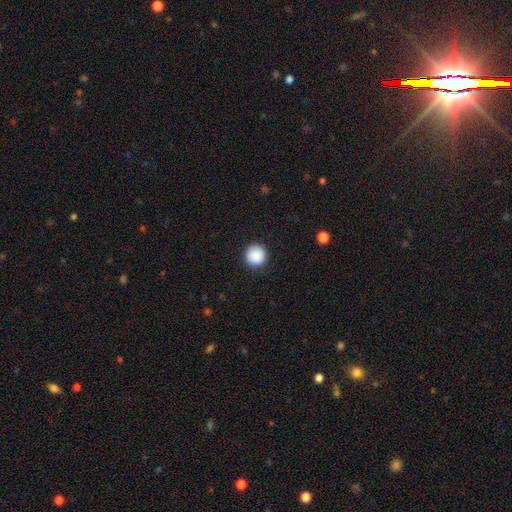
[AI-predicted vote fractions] Smooth or featured: smooth — 89% (star or artifact — 8%)
How rounded: round — 96% (in between — 4%)
Merging: none — 91% (minor disturbance — 6%)